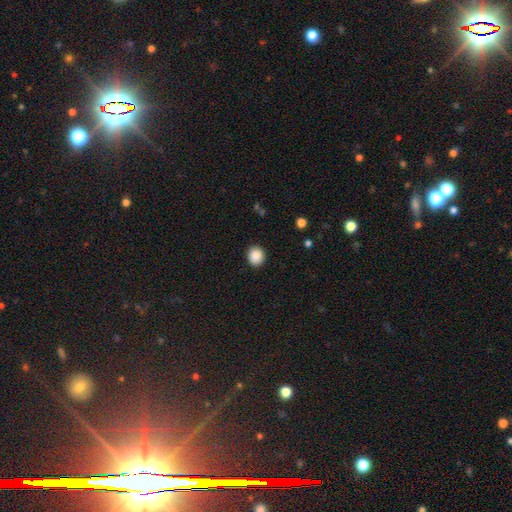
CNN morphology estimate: smooth 88%, star or artifact 9%, featured or disk 3%. Down the decision tree: how rounded — round (82%); merging — none (90%).